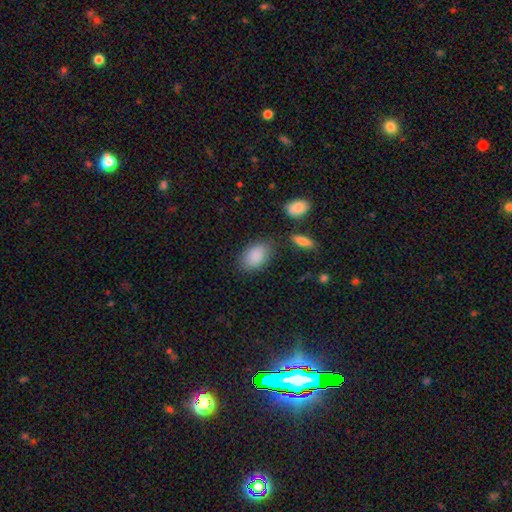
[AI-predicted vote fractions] A smooth galaxy with no disk features (88%) that is in between round and cigar-shaped (90%). Merging: none (77%).